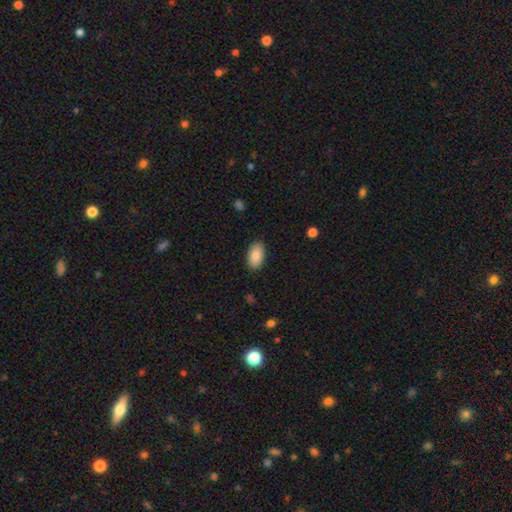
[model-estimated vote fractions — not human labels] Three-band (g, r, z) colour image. It shows a smooth galaxy with no disk features (87%) that is in between round and cigar-shaped (95%). Merging: none (88%).